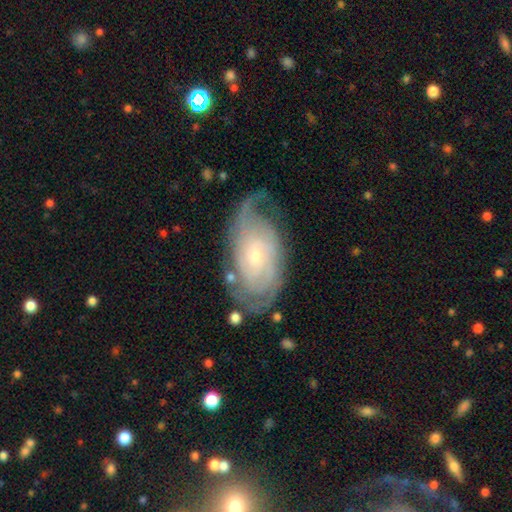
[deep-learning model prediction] This is clearly a featured or disk galaxy (85%). It is clearly not viewed edge-on (95%). Bar: likely no (63%). Spiral arm pattern: clearly yes (95%). Spiral arm count: marginally 2 (40%). Spiral winding: likely tight (61%). Central bulge: likely small (67%). Merging: likely none (65%).